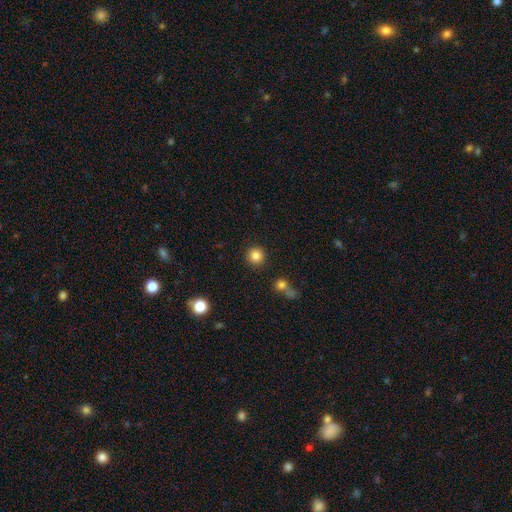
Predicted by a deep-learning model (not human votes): A smooth galaxy with no disk features (84%) that is round (94%).

Vote fractions:
- Smooth or featured? smooth: 84% / star or artifact: 11% / featured or disk: 5%
- How rounded? round: 94% / in between: 5% / cigar-shaped: 1%
- Merging? none: 89% / minor disturbance: 6% / merger: 3% / major disturbance: 2%